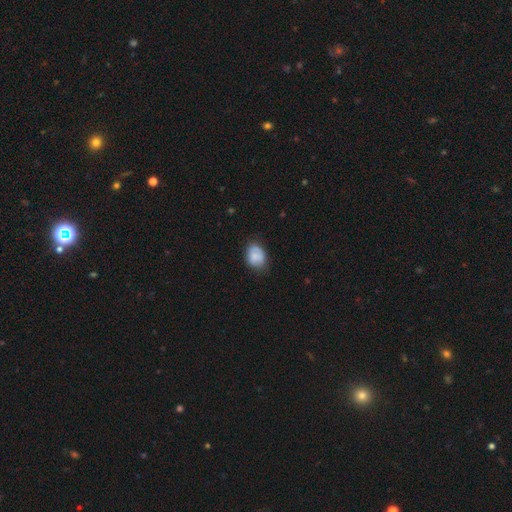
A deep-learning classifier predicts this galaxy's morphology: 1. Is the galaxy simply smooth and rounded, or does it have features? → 73% smooth, 18% featured or disk, 8% star or artifact.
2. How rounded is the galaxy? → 68% in between, 31% round, 1% cigar-shaped.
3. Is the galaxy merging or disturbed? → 67% none, 25% minor disturbance, 6% major disturbance, 2% merger.